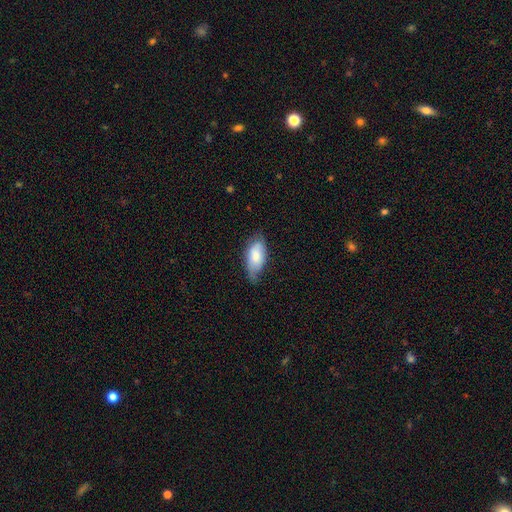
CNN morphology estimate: A smooth galaxy with no disk features (70%) that is in between round and cigar-shaped (91%). Merging: none (57%).